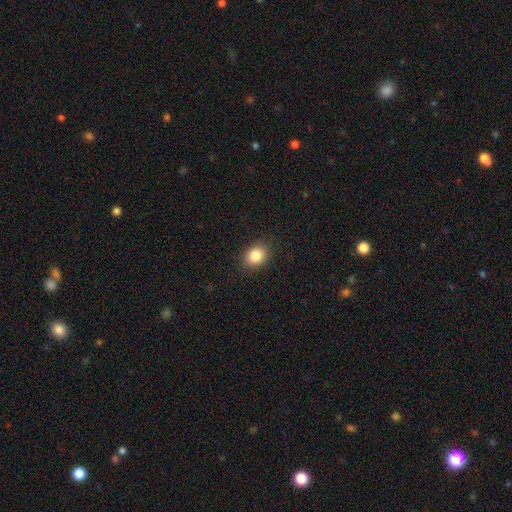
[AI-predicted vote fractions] smooth 86%, star or artifact 9%, featured or disk 5%. Down the decision tree: how rounded — in between (54%); merging — none (87%).